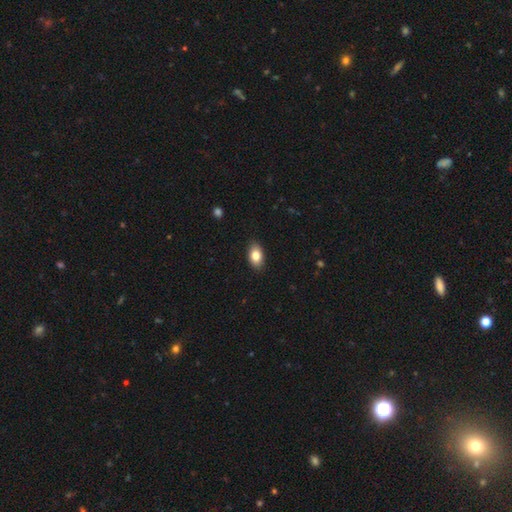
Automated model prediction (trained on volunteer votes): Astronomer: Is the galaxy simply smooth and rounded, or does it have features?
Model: smooth — 82%.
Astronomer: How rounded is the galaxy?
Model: in between — 90%.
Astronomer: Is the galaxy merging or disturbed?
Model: none — 89%.